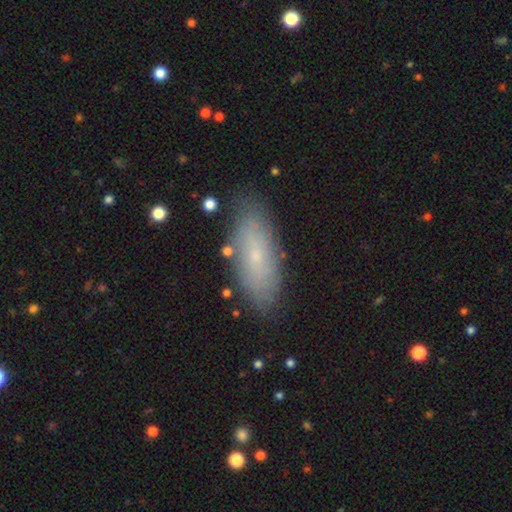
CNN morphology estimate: Smooth or featured? smooth (61%)
How rounded? in between (70%)
Merging? none (84%)